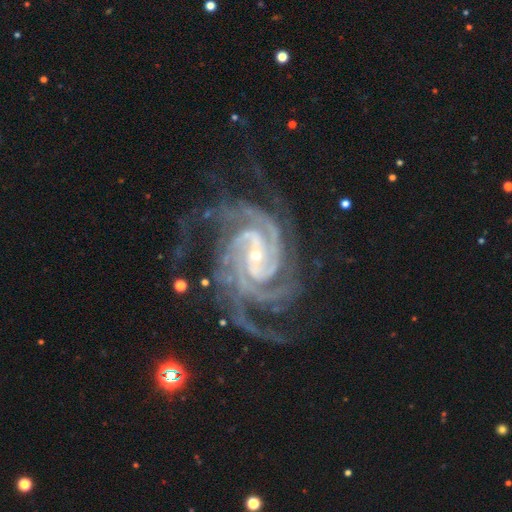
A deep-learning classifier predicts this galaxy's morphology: Smooth or featured? featured or disk (93%)
Edge-on disk? no (98%)
Bar? no (38%)
Spiral arms? yes (99%)
Spiral winding? tight (61%)
Spiral arm count? 4 (28%)
Bulge size? small (75%)
Merging? none (62%)